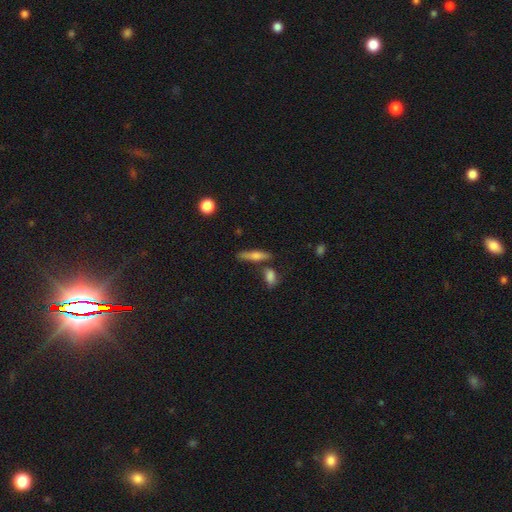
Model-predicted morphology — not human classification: Smooth or featured: smooth — 58% (featured or disk — 34%)
How rounded: cigar-shaped — 74% (in between — 22%)
Merging: none — 73% (minor disturbance — 13%)